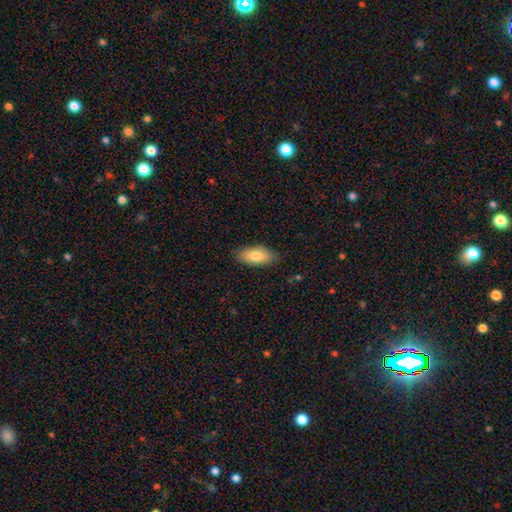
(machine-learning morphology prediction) Smooth or featured? smooth (81%)
How rounded? in between (86%)
Merging? none (86%)